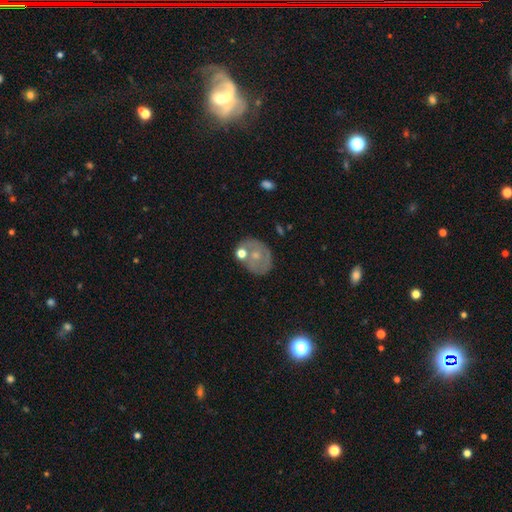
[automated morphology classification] smooth-or-featured: featured or disk: 46% | smooth: 44% | star or artifact: 11%
  merging: none: 58% | minor disturbance: 18% | merger: 16% | major disturbance: 8%